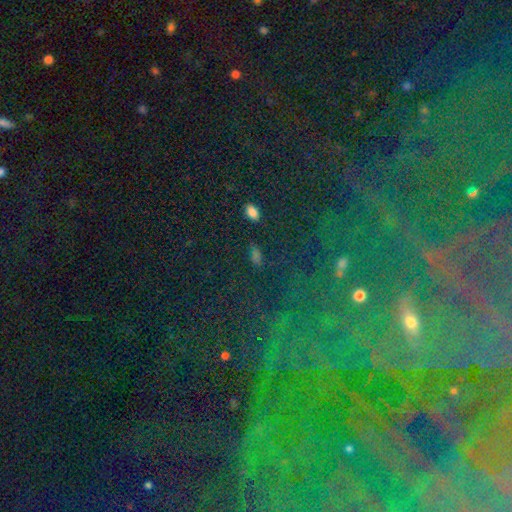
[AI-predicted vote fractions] A smooth galaxy with no disk features (53%) that is in between round and cigar-shaped (76%).

Vote fractions:
- Smooth or featured? smooth: 53% / star or artifact: 34% / featured or disk: 13%
- How rounded? in between: 76% / cigar-shaped: 12% / round: 12%
- Merging? none: 77% / minor disturbance: 12% / major disturbance: 6% / merger: 6%